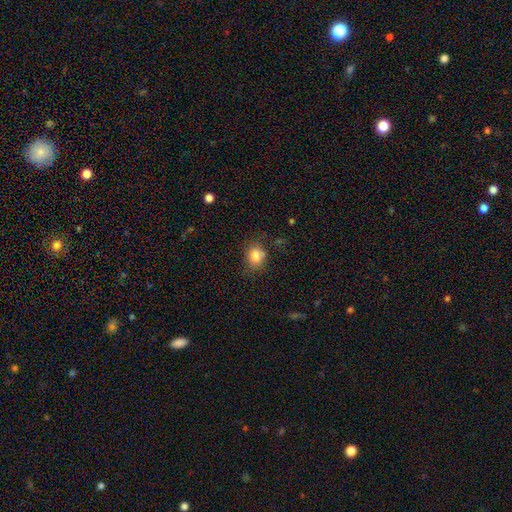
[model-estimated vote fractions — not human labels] smooth 81%, star or artifact 10%, featured or disk 8%. Down the decision tree: how rounded — round (51%); merging — none (68%).